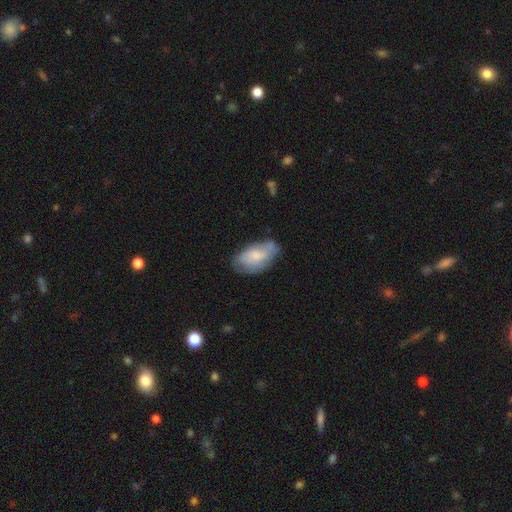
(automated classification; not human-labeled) smooth 65%, featured or disk 28%, star or artifact 7%. Down the decision tree: how rounded — in between (94%); merging — none (55%).